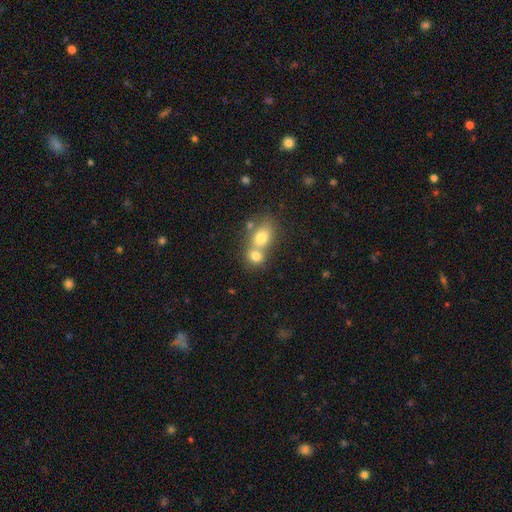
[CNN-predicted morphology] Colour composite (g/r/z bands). It shows a smooth galaxy with no disk features (75%) that is round (54%). Merging: merger (63%).